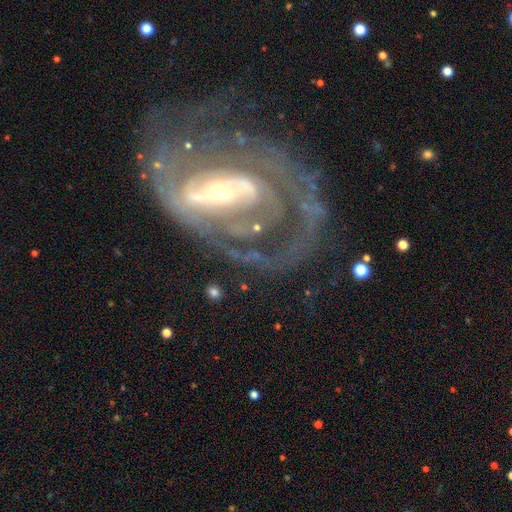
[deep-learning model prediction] This is clearly a featured or disk galaxy (85%). It is clearly not viewed edge-on (95%). Bar: marginally strong (39%). Spiral arm pattern: clearly yes (82%). Spiral arm count: marginally 2 (41%). Spiral winding: marginally tight (40%). Central bulge: likely small (63%). Merging: marginally none (44%).